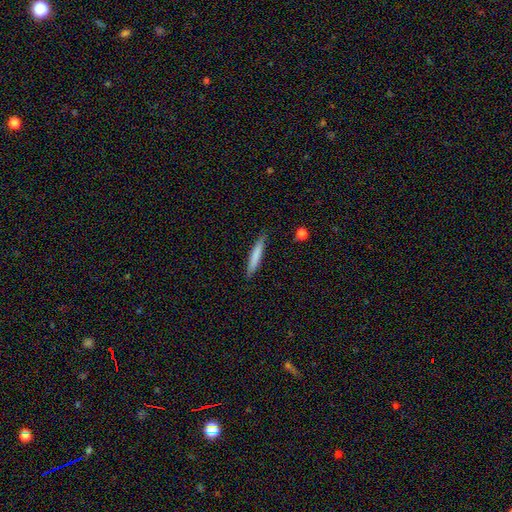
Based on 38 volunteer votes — smooth_or_featured: smooth (p=0.76) [alt: featured or disk p=0.18]
how_rounded: cigar-shaped (p=0.90) [alt: in between p=0.07]
merging: none (p=0.81) [alt: minor disturbance p=0.19]